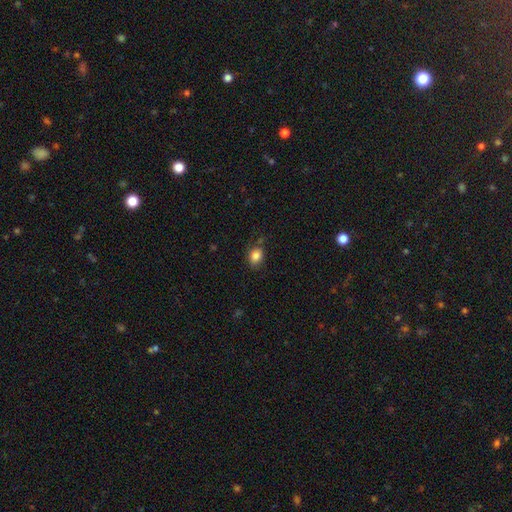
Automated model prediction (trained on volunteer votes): Morphology: type=smooth (85%); roundness=in between (60%); merging=none (75%).